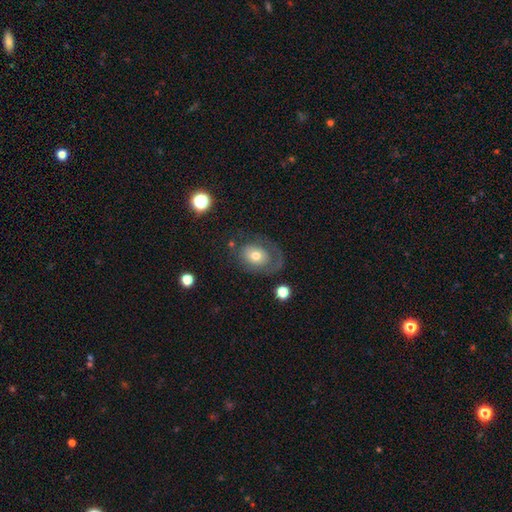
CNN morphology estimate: Smooth or featured? Predicted: smooth (p=0.48). Merging? Predicted: none (p=0.52).